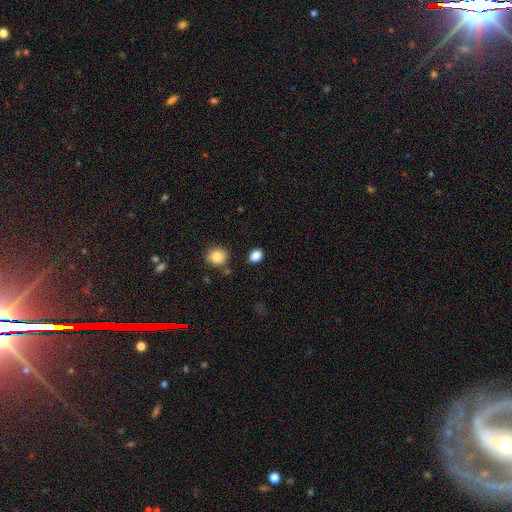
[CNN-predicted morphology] smooth 87%, star or artifact 9%, featured or disk 4%. Down the decision tree: how rounded — in between (67%); merging — none (84%).